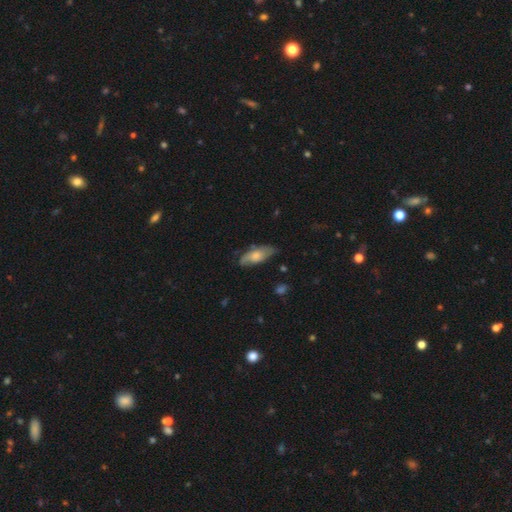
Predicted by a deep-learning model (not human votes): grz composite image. It shows a smooth galaxy with no disk features (60%) that is in between round and cigar-shaped (77%). Merging: none (66%).